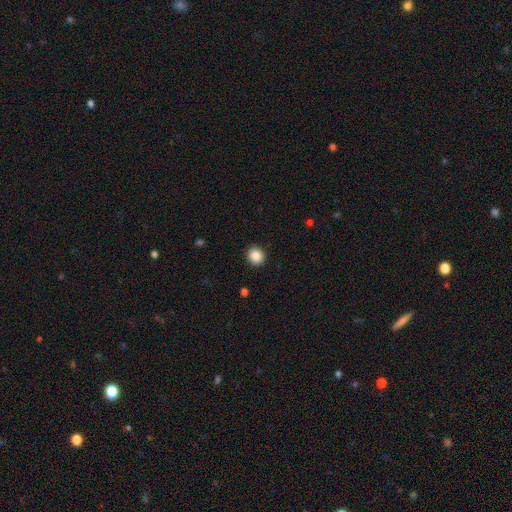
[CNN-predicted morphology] Q: Smooth or featured?
A: smooth (88%); runner-up: star or artifact (9%)
Q: How rounded?
A: round (87%); runner-up: in between (12%)
Q: Merging?
A: none (92%); runner-up: minor disturbance (6%)